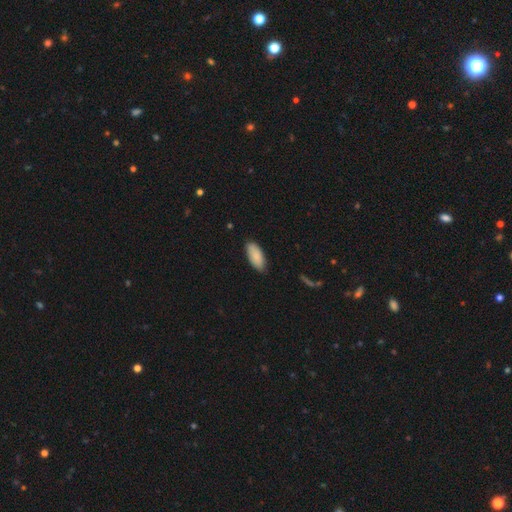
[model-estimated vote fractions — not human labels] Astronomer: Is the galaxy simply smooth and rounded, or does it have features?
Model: smooth — 86%.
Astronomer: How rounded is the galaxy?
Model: in between — 89%.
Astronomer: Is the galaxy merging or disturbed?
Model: none — 83%.